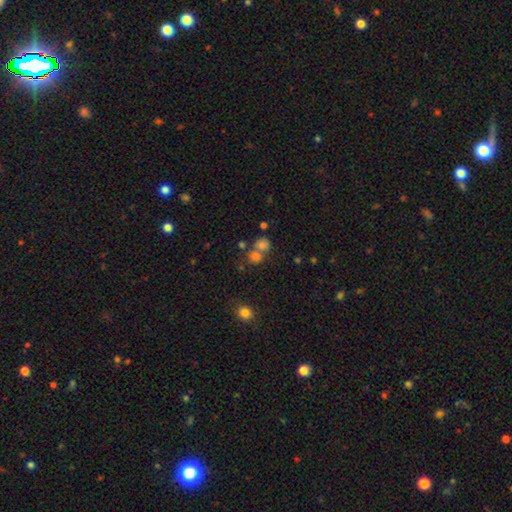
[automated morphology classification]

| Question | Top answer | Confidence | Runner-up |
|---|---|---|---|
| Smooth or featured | smooth | 66% | star or artifact (21%) |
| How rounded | round | 80% | in between (19%) |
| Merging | none | 46% | merger (44%) |